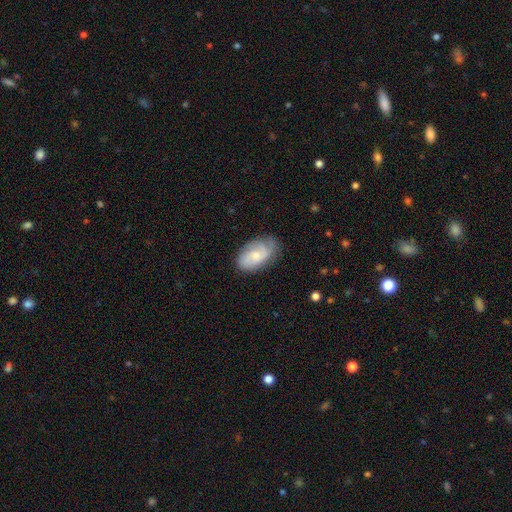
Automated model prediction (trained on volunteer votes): This appears to be a smooth galaxy with no disk features (49%). Merging: none (65%).